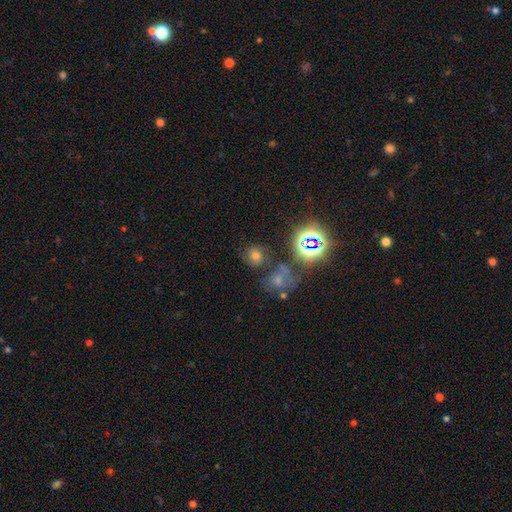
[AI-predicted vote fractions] Morphology: type=smooth (58%); roundness=round (78%); merging=none (68%).